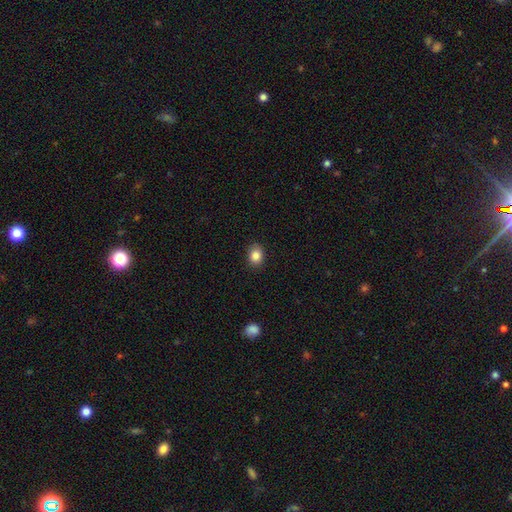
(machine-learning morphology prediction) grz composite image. It shows a smooth galaxy with no disk features (86%) that is in between round and cigar-shaped (50%). Merging: none (89%).